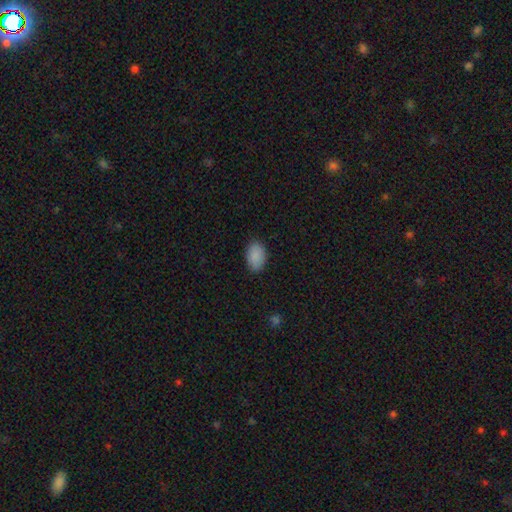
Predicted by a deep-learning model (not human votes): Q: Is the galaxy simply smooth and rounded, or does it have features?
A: smooth — 88%.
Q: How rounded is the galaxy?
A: in between — 90%.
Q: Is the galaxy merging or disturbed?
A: none — 86%.